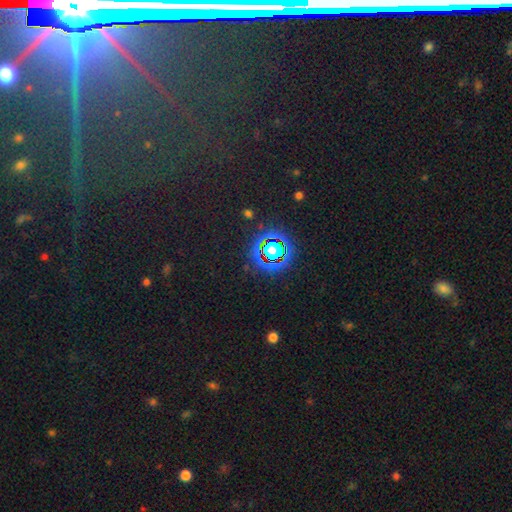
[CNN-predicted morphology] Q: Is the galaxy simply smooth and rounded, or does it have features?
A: star or artifact — 74%.